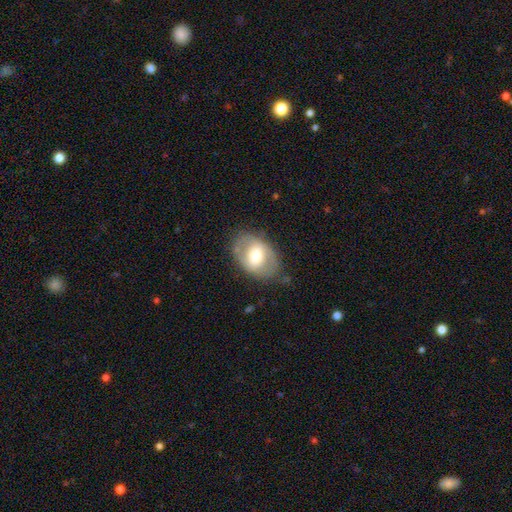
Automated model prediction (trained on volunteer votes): smooth-or-featured: smooth: 50% | featured or disk: 43% | star or artifact: 7%
  merging: none: 73% | minor disturbance: 17% | major disturbance: 8% | merger: 2%